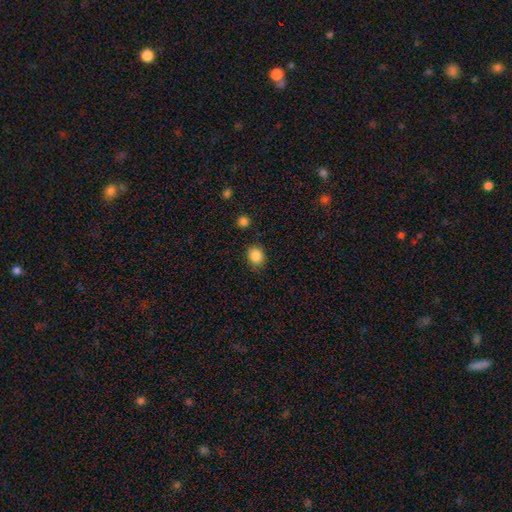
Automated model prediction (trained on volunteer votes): smooth 86%, star or artifact 10%, featured or disk 4%. Down the decision tree: how rounded — round (68%); merging — none (83%).